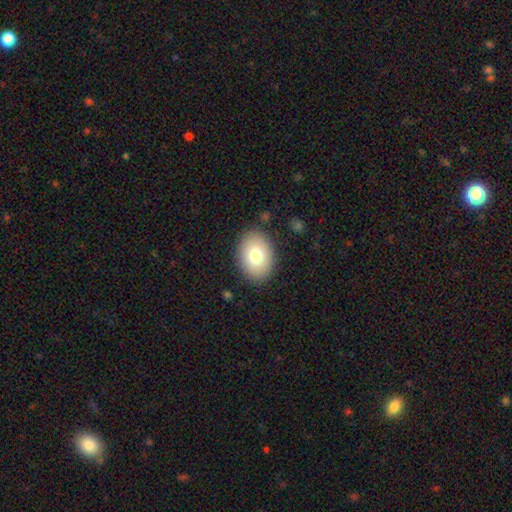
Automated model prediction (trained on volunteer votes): smooth_or_featured: smooth (p=0.77) [alt: featured or disk p=0.15]
how_rounded: in between (p=0.74) [alt: round p=0.25]
merging: none (p=0.87) [alt: minor disturbance p=0.09]